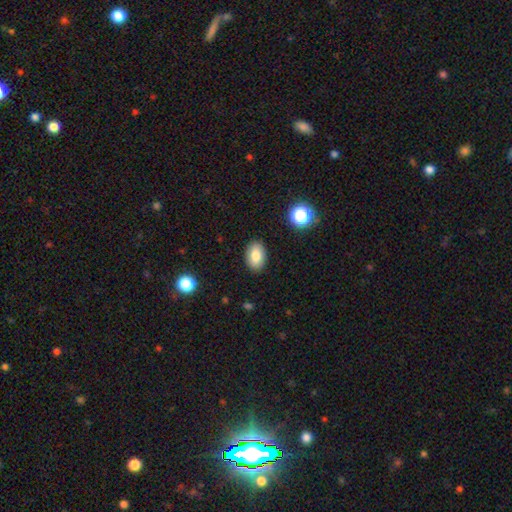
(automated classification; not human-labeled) Smooth or featured? Predicted: smooth (p=0.81). How rounded? Predicted: in between (p=0.88). Merging? Predicted: none (p=0.89).